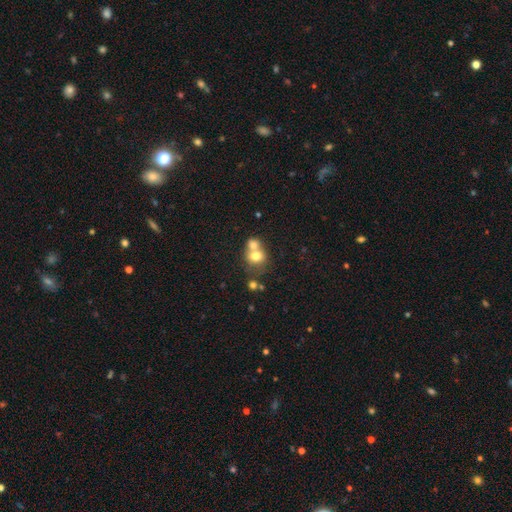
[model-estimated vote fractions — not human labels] Smooth or featured? Predicted: smooth (p=0.71). How rounded? Predicted: round (p=0.66). Merging? Predicted: merger (p=0.64).